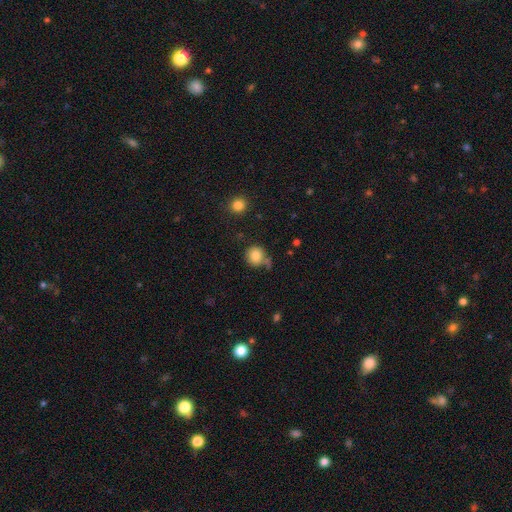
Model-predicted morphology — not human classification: smooth-or-featured: smooth: 83% | star or artifact: 11% | featured or disk: 7%
  how-rounded: round: 89% | in between: 10% | cigar-shaped: 1%
  merging: none: 68% | minor disturbance: 15% | merger: 11% | major disturbance: 5%